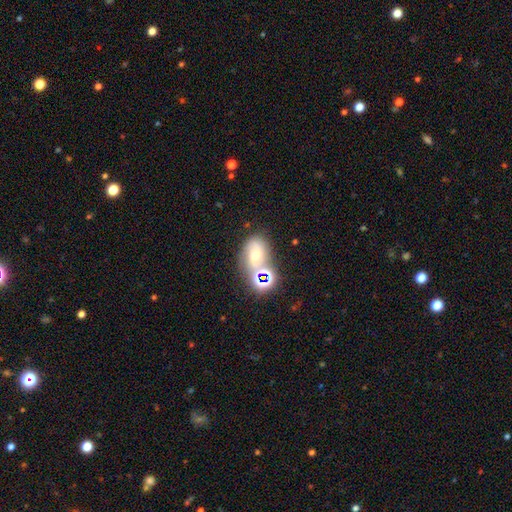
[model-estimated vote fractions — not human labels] This is marginally a featured or disk galaxy (37%). Merging: possibly none (49%).